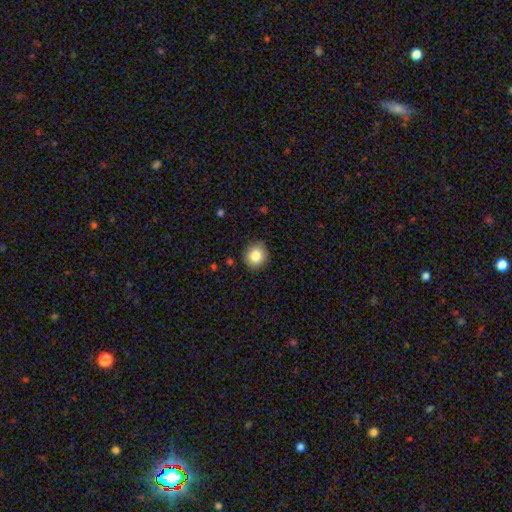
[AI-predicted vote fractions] smooth 84%, star or artifact 9%, featured or disk 7%. Down the decision tree: how rounded — round (88%); merging — none (89%).